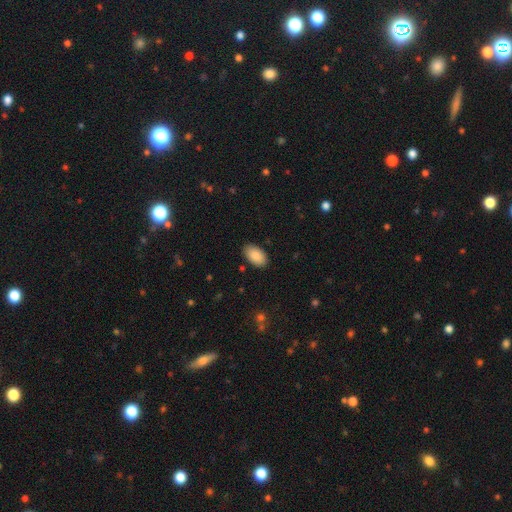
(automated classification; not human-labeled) A smooth galaxy with no disk features (88%) that is in between round and cigar-shaped (95%).

Vote fractions:
- Smooth or featured? smooth: 88% / star or artifact: 6% / featured or disk: 5%
- How rounded? in between: 95% / round: 4% / cigar-shaped: 1%
- Merging? none: 88% / minor disturbance: 9% / major disturbance: 2% / merger: 1%